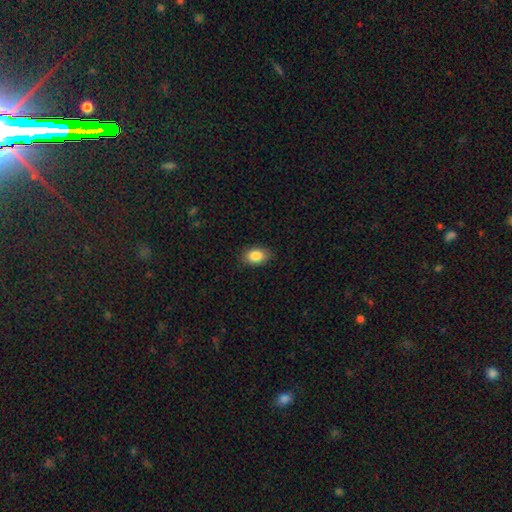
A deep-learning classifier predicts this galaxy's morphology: smooth_or_featured: smooth (p=0.86) [alt: star or artifact p=0.08]
how_rounded: in between (p=0.87) [alt: round p=0.12]
merging: none (p=0.86) [alt: minor disturbance p=0.11]